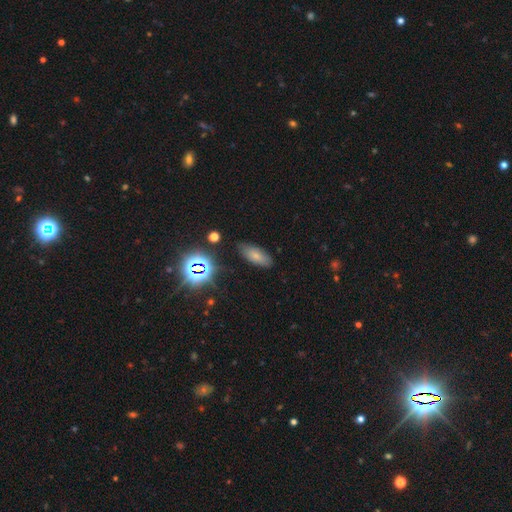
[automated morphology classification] smooth-or-featured: smooth: 70% | star or artifact: 16% | featured or disk: 14%
  how-rounded: in between: 81% | cigar-shaped: 16% | round: 3%
  merging: none: 80% | minor disturbance: 15% | major disturbance: 4% | merger: 2%